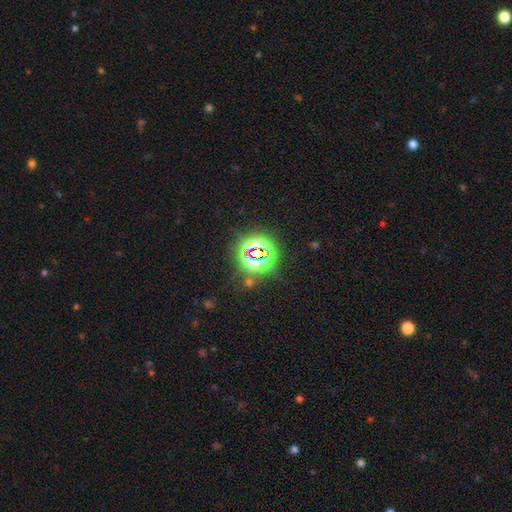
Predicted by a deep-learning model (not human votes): Morphology: type=star or artifact (78%).